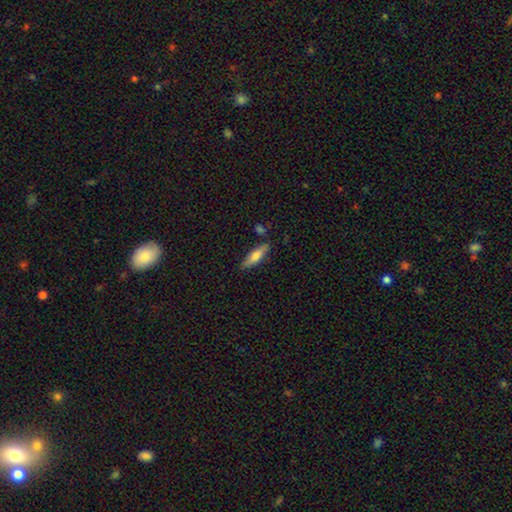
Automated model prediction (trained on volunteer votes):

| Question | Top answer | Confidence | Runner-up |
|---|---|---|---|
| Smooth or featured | smooth | 68% | featured or disk (26%) |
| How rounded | cigar-shaped | 58% | in between (41%) |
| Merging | none | 78% | minor disturbance (14%) |